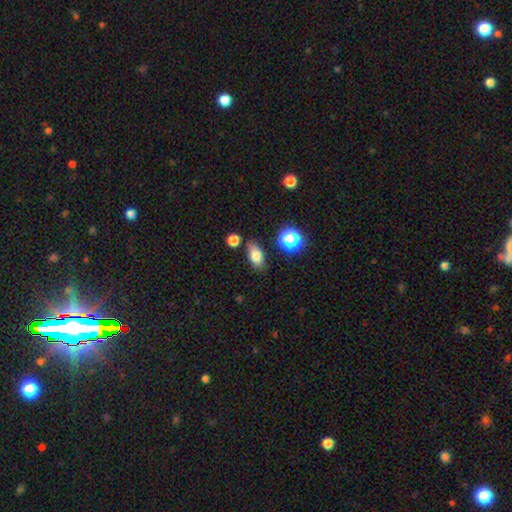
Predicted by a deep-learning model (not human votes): Smooth or featured? Predicted: smooth (p=0.79). How rounded? Predicted: in between (p=0.83). Merging? Predicted: none (p=0.77).